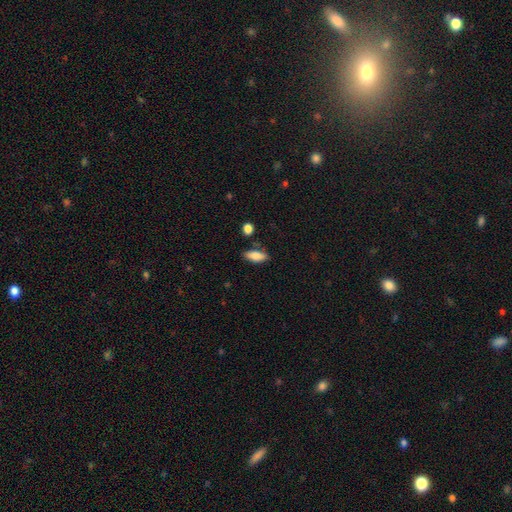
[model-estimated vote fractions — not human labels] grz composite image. It shows a smooth galaxy with no disk features (84%) that is in between round and cigar-shaped (81%). Merging: none (77%).